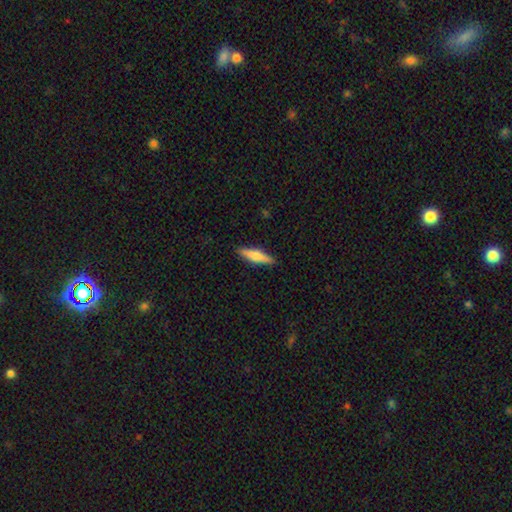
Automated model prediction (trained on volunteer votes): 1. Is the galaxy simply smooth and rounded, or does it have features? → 68% smooth, 26% featured or disk, 6% star or artifact.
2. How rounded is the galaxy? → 76% cigar-shaped, 22% in between, 2% round.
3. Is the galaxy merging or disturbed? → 89% none, 8% minor disturbance, 2% major disturbance, 1% merger.